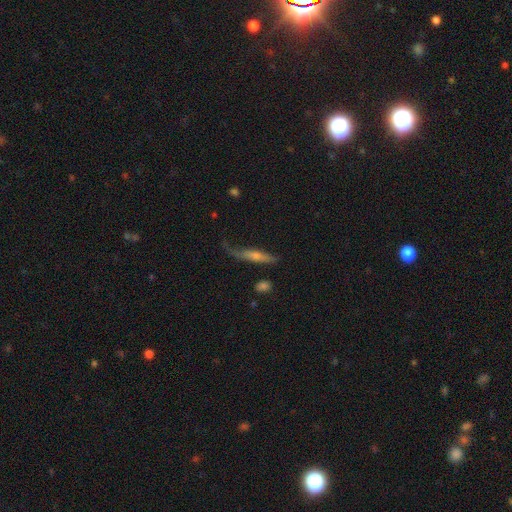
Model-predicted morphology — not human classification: Smooth or featured?
  - featured or disk: 51% *
  - smooth: 41%
  - star or artifact: 8%
Edge-on disk?
  - yes: 82% *
  - no: 18%
Merging?
  - none: 53% *
  - minor disturbance: 27%
  - major disturbance: 16%
  - merger: 4%